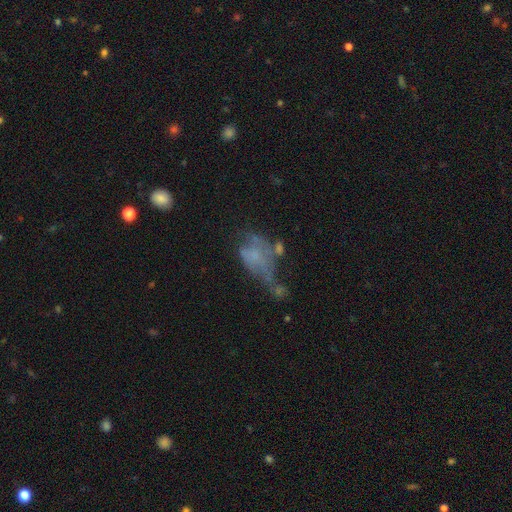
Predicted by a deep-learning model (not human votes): Morphology: type=featured or disk (44%); merging=major disturbance (40%).